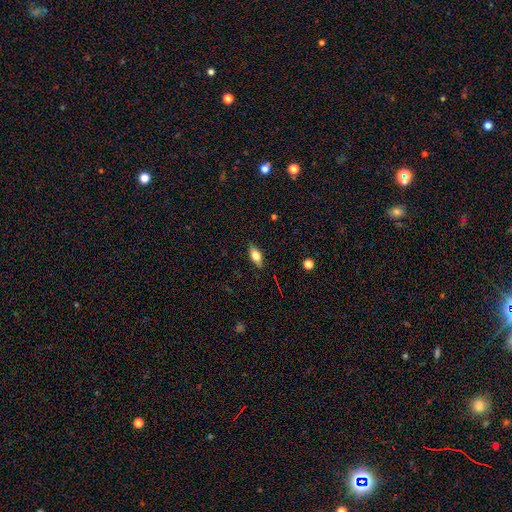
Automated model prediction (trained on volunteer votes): Q: Smooth or featured?
A: smooth (67%); runner-up: featured or disk (25%)
Q: How rounded?
A: in between (80%); runner-up: cigar-shaped (15%)
Q: Merging?
A: none (84%); runner-up: minor disturbance (12%)